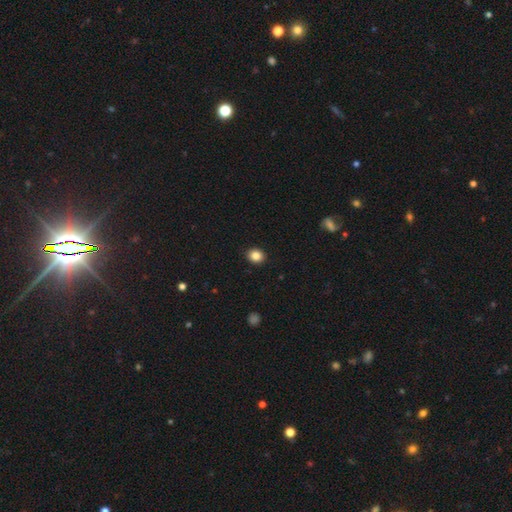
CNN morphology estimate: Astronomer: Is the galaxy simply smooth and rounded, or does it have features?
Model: smooth — 85%.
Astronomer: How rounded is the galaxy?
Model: round — 68%.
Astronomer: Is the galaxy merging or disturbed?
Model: none — 91%.